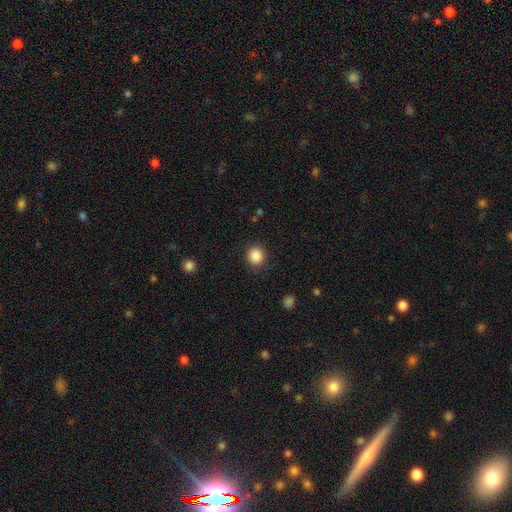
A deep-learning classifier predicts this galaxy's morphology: Smooth or featured?
  - smooth: 88% *
  - star or artifact: 9%
  - featured or disk: 3%
How rounded?
  - round: 84% *
  - in between: 15%
  - cigar-shaped: 1%
Merging?
  - none: 86% *
  - minor disturbance: 9%
  - major disturbance: 3%
  - merger: 1%